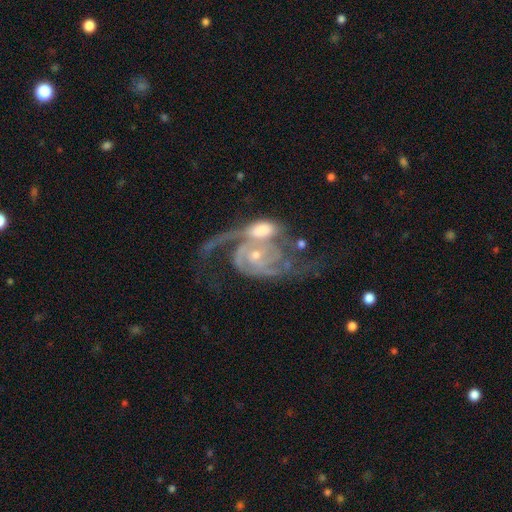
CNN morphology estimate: Smooth or featured? Predicted: featured or disk (p=0.88). Edge-on disk? Predicted: no (p=0.97). Bar? Predicted: no (p=0.63). Spiral arms? Predicted: yes (p=0.95). Spiral winding? Predicted: medium (p=0.43). Spiral arm count? Predicted: 2 (p=0.68). Bulge size? Predicted: small (p=0.61). Merging? Predicted: merger (p=0.51).